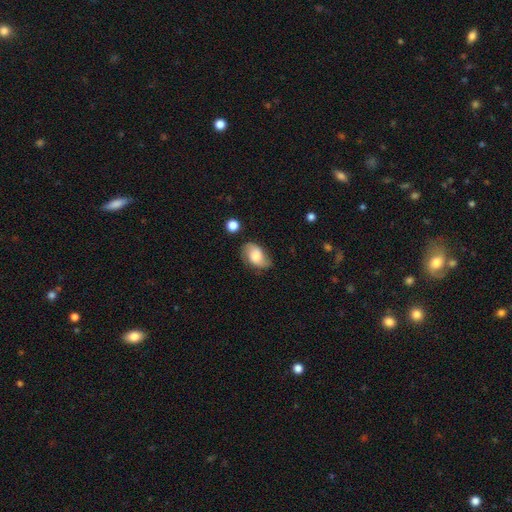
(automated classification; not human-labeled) Smooth or featured? Predicted: smooth (p=0.57). How rounded? Predicted: in between (p=0.85). Merging? Predicted: none (p=0.61).